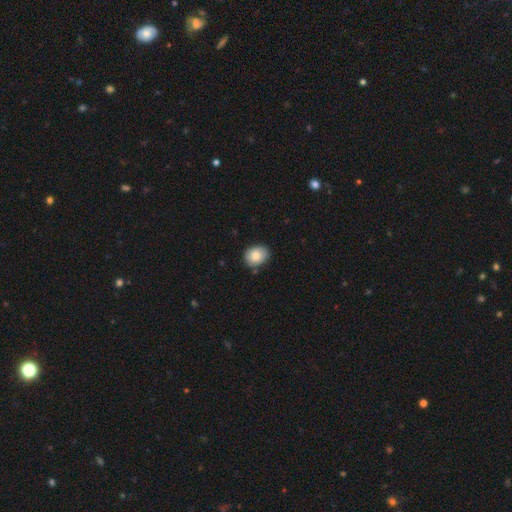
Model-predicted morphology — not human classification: smooth-or-featured: smooth: 83% | featured or disk: 10% | star or artifact: 7%
  how-rounded: in between: 51% | round: 49% | cigar-shaped: 1%
  merging: none: 81% | minor disturbance: 14% | major disturbance: 2% | merger: 2%